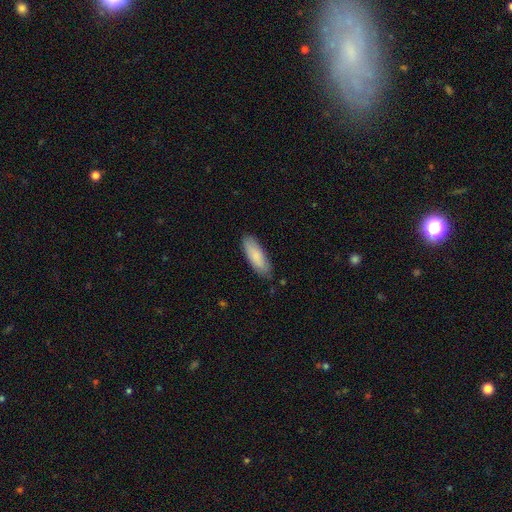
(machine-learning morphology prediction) A smooth galaxy with no disk features (84%) that is in between round and cigar-shaped (65%).

Vote fractions:
- Smooth or featured? smooth: 84% / featured or disk: 11% / star or artifact: 5%
- How rounded? in between: 65% / cigar-shaped: 33% / round: 1%
- Merging? none: 82% / minor disturbance: 14% / major disturbance: 2% / merger: 1%